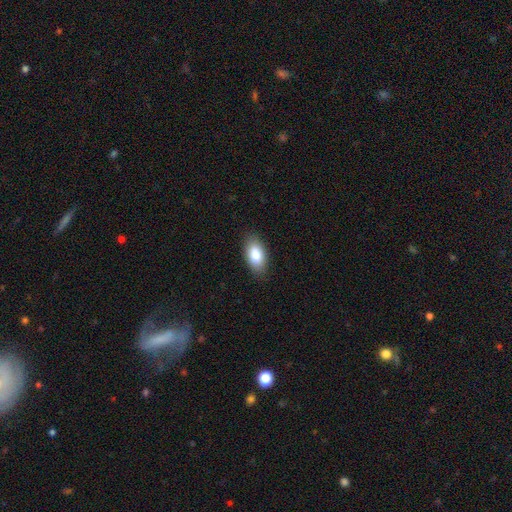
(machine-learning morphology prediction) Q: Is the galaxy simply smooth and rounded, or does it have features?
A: smooth — 83%.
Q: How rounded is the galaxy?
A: in between — 93%.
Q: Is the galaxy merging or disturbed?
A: none — 87%.